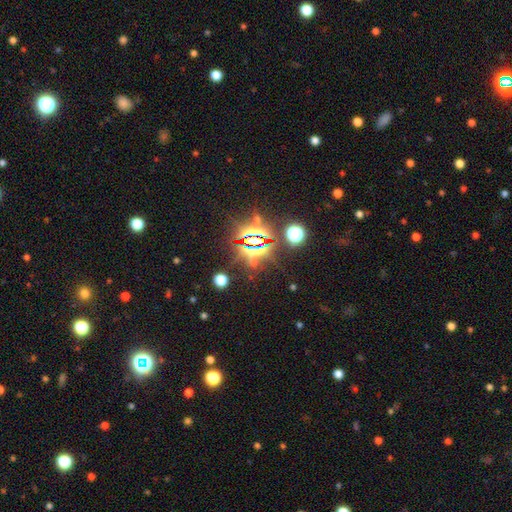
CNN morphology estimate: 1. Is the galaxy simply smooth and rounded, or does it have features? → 82% star or artifact, 11% smooth, 7% featured or disk.